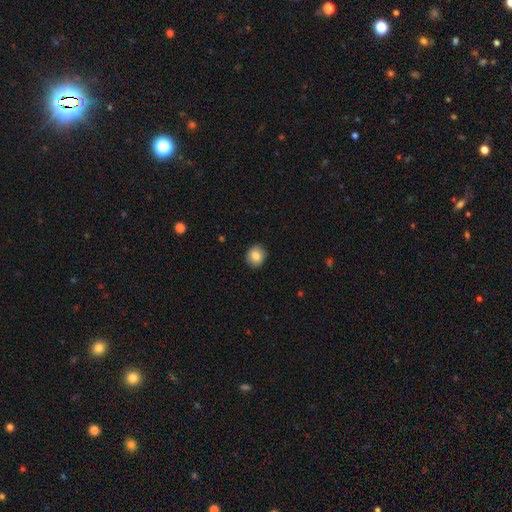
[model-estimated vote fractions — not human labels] A smooth galaxy with no disk features (84%) that is round (79%). Merging: none (89%).